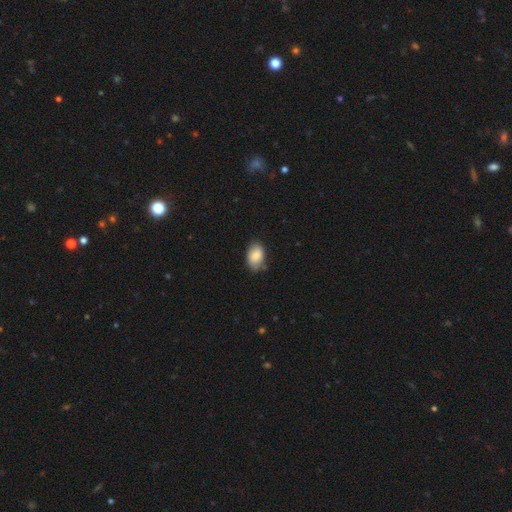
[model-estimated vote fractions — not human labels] A smooth galaxy with no disk features (85%) that is in between round and cigar-shaped (89%).

Vote fractions:
- Smooth or featured? smooth: 85% / featured or disk: 8% / star or artifact: 7%
- How rounded? in between: 89% / round: 10% / cigar-shaped: 1%
- Merging? none: 73% / minor disturbance: 22% / major disturbance: 3% / merger: 2%